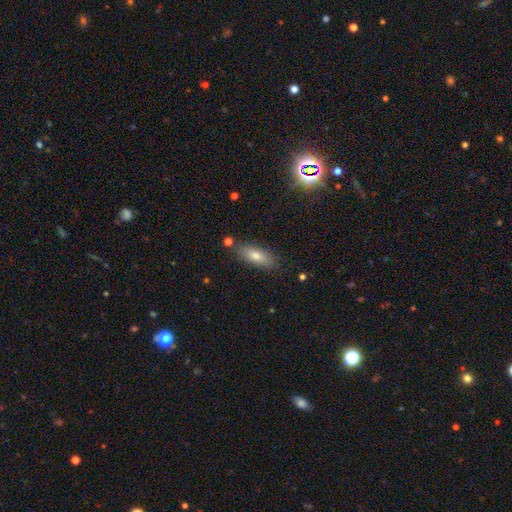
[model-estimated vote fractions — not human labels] Q: Smooth or featured?
A: smooth (73%); runner-up: featured or disk (17%)
Q: How rounded?
A: in between (69%); runner-up: cigar-shaped (28%)
Q: Merging?
A: none (83%); runner-up: minor disturbance (11%)